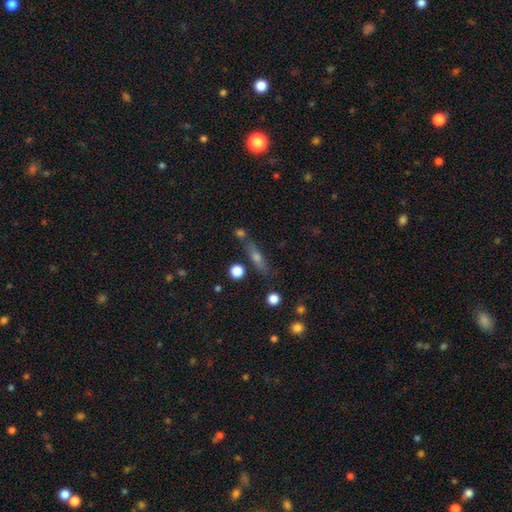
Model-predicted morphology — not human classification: A smooth galaxy with no disk features (45%). Merging: none (74%).